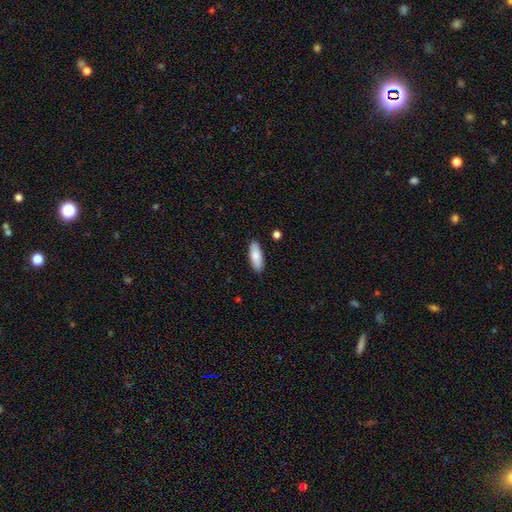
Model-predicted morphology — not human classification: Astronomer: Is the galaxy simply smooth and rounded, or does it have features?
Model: smooth — 86%.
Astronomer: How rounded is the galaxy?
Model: in between — 74%.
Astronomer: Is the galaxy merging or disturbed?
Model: none — 87%.